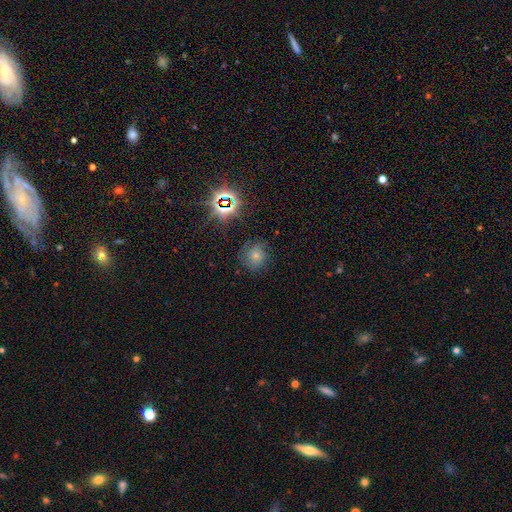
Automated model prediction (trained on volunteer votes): The model was most divided on "smooth or featured": smooth: 51%, star or artifact: 27%, featured or disk: 22%. More confident: how rounded — round (83%); merging — none (74%).